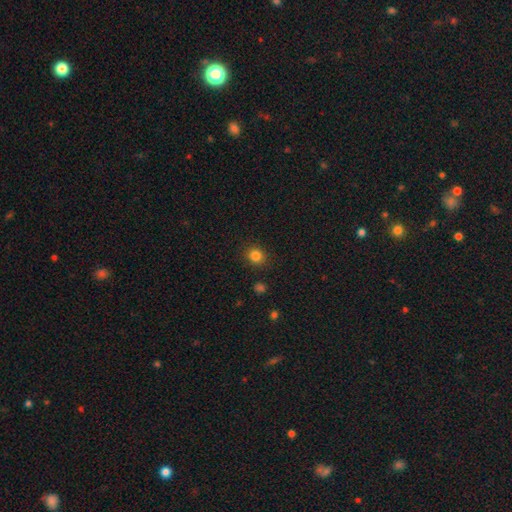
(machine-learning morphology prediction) Smooth or featured?
  - smooth: 83% *
  - star or artifact: 13%
  - featured or disk: 4%
How rounded?
  - round: 78% *
  - in between: 21%
  - cigar-shaped: 1%
Merging?
  - none: 88% *
  - minor disturbance: 8%
  - major disturbance: 2%
  - merger: 2%